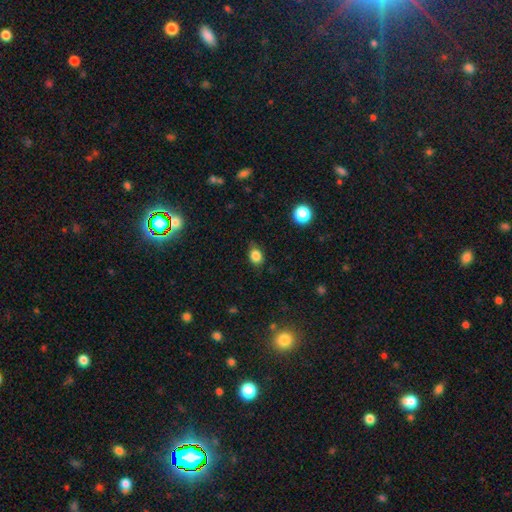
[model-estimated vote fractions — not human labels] The model was most divided on "how rounded": in between: 62%, round: 36%, cigar-shaped: 1%. More confident: smooth or featured — smooth (83%); merging — none (75%).